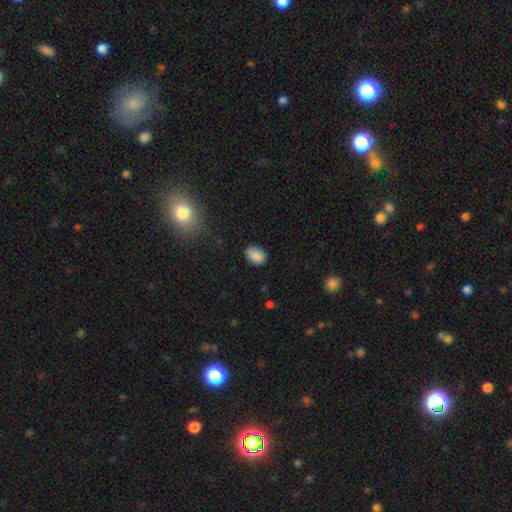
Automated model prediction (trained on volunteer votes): Smooth or featured?
  - smooth: 87% *
  - star or artifact: 8%
  - featured or disk: 5%
How rounded?
  - in between: 81% *
  - round: 18%
  - cigar-shaped: 1%
Merging?
  - none: 81% *
  - minor disturbance: 15%
  - major disturbance: 3%
  - merger: 1%